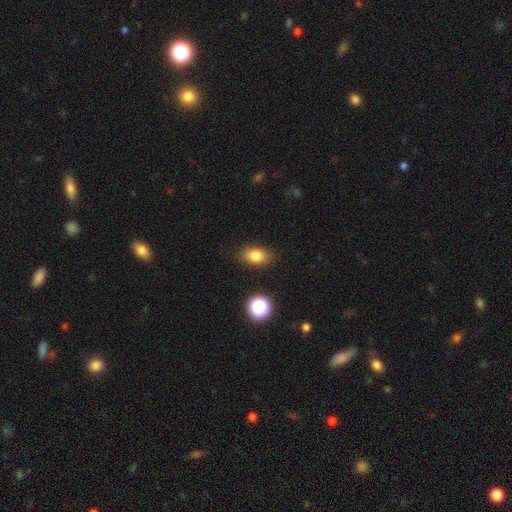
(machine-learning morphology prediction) Smooth or featured? Predicted: smooth (p=0.82). How rounded? Predicted: in between (p=0.82). Merging? Predicted: none (p=0.85).